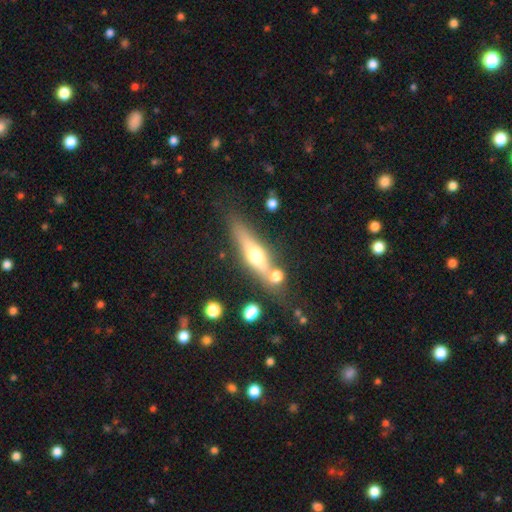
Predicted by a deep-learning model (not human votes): Morphology: type=featured or disk (54%); edge-on=yes (88%); merging=none (69%).